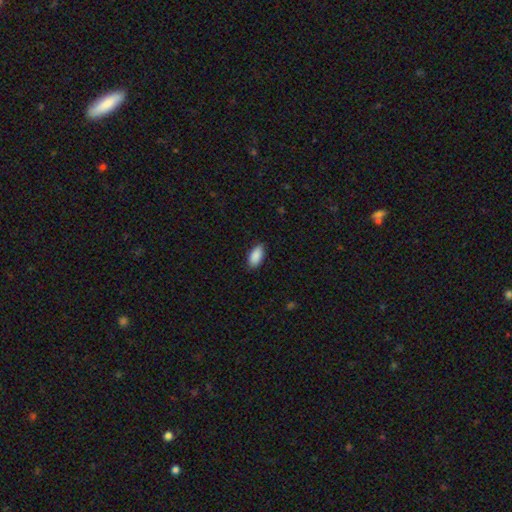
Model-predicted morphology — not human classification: A smooth galaxy with no disk features (90%) that is in between round and cigar-shaped (93%). Merging: none (86%).